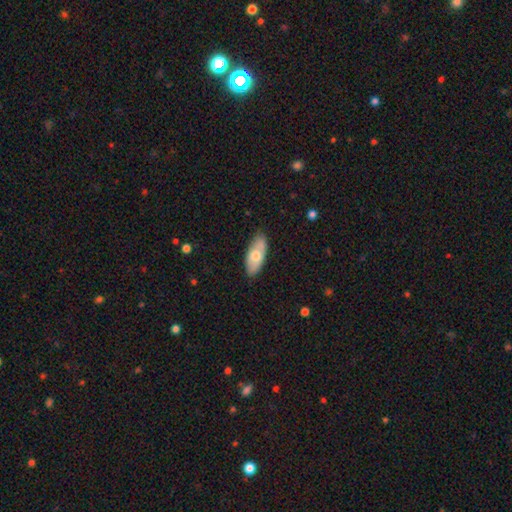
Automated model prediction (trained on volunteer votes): A smooth galaxy with no disk features (62%) that is in between round and cigar-shaped (85%). Merging: none (79%).